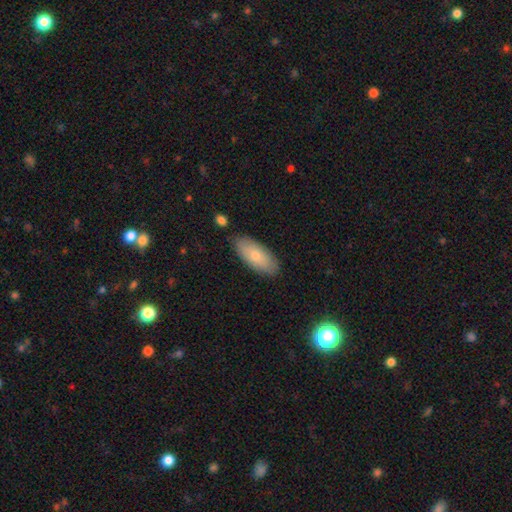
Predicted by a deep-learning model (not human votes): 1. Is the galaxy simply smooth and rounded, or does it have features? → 73% smooth, 21% featured or disk, 6% star or artifact.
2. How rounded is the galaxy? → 87% in between, 11% cigar-shaped, 2% round.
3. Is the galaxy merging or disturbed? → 84% none, 11% minor disturbance, 2% major disturbance, 2% merger.